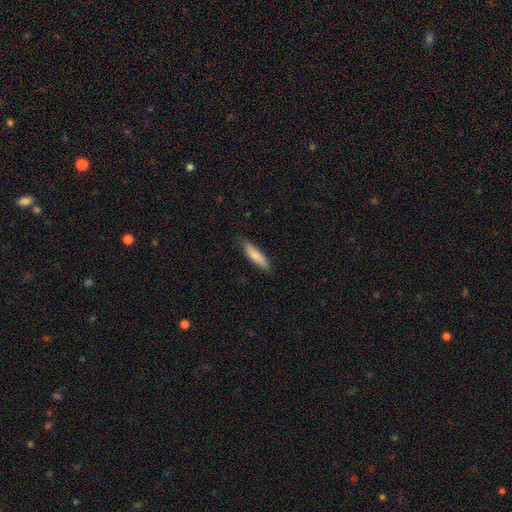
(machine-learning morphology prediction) The model was most divided on "how rounded": cigar-shaped: 70%, in between: 29%, round: 1%. More confident: merging — none (85%); smooth or featured — smooth (81%).